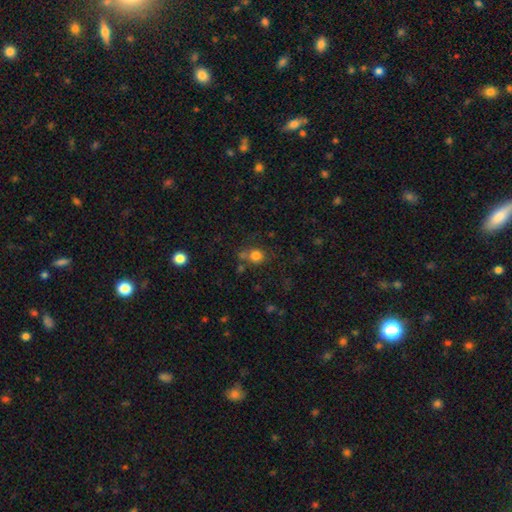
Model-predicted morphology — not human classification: Smooth or featured? Predicted: smooth (p=0.79). How rounded? Predicted: round (p=0.83). Merging? Predicted: none (p=0.60).